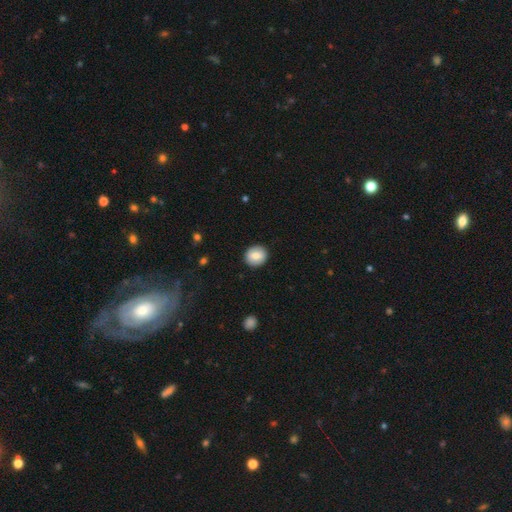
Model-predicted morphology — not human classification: A smooth galaxy with no disk features (79%) that is round (86%).

Vote fractions:
- Smooth or featured? smooth: 79% / featured or disk: 13% / star or artifact: 8%
- How rounded? round: 86% / in between: 13% / cigar-shaped: 1%
- Merging? none: 91% / minor disturbance: 6% / major disturbance: 2% / merger: 1%